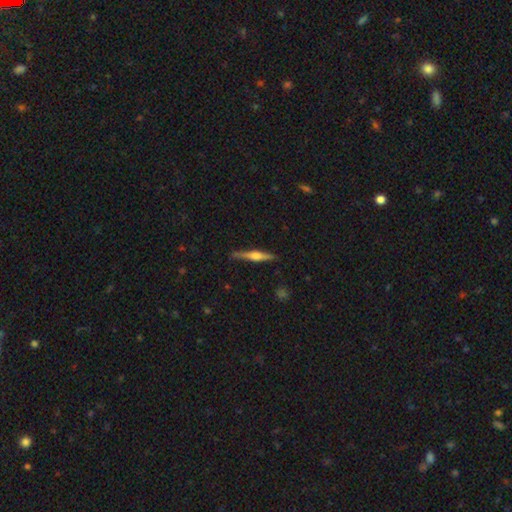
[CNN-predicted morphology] type=featured or disk (67%); edge-on=yes (97%); edge-on bulge=rounded (83%); merging=none (86%).